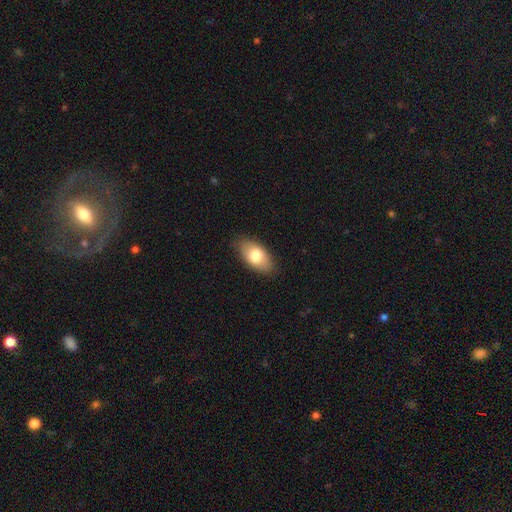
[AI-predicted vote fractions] The model was most divided on "smooth or featured": smooth: 75%, featured or disk: 18%, star or artifact: 7%. More confident: how rounded — in between (92%); merging — none (85%).